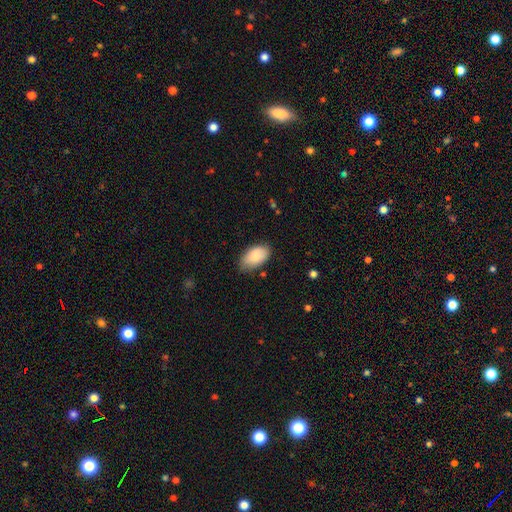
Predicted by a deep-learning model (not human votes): Smooth or featured? Predicted: smooth (p=0.84). How rounded? Predicted: in between (p=0.94). Merging? Predicted: none (p=0.70).